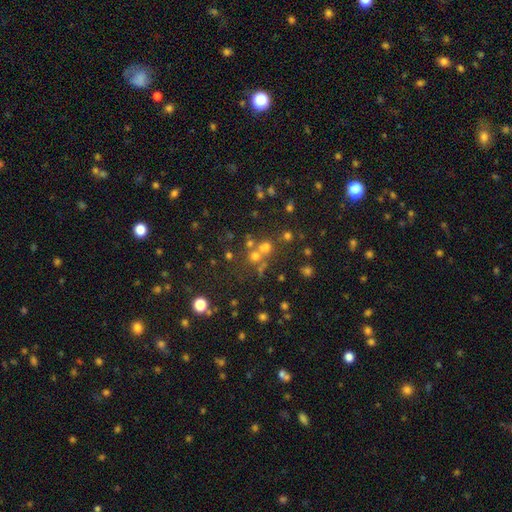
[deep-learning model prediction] Smooth or featured?
  - star or artifact: 47% *
  - smooth: 38%
  - featured or disk: 15%